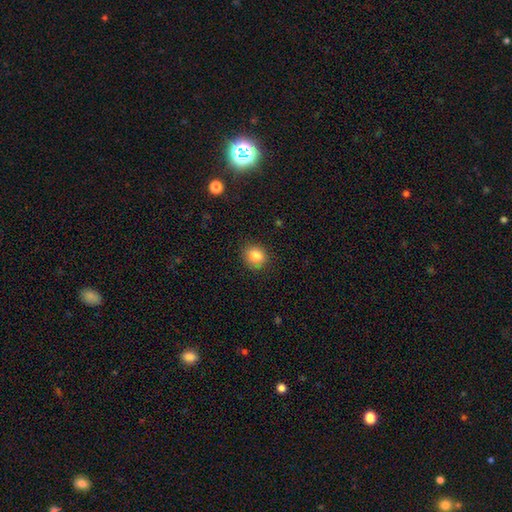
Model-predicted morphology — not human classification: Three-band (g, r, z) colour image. It shows a smooth galaxy with no disk features (85%) that is round (65%). Merging: none (86%).